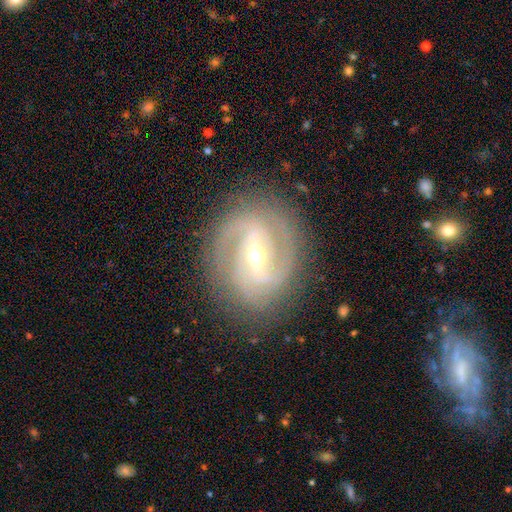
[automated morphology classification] This is clearly a featured or disk galaxy (89%). It is clearly not viewed edge-on (97%). Bar: possibly strong (45%). Spiral arm pattern: clearly yes (97%). Spiral arm count: possibly 2 (60%). Spiral winding: possibly tight (46%). Central bulge: possibly small (52%). Merging: clearly none (83%).